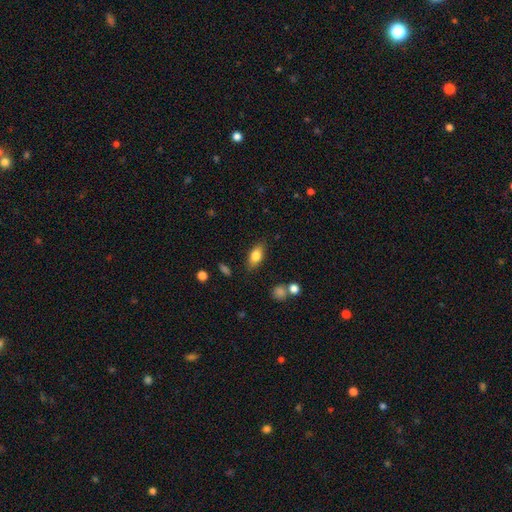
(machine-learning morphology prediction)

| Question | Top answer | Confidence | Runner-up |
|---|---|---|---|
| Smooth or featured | smooth | 79% | featured or disk (13%) |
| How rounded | in between | 85% | cigar-shaped (9%) |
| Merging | none | 82% | minor disturbance (12%) |